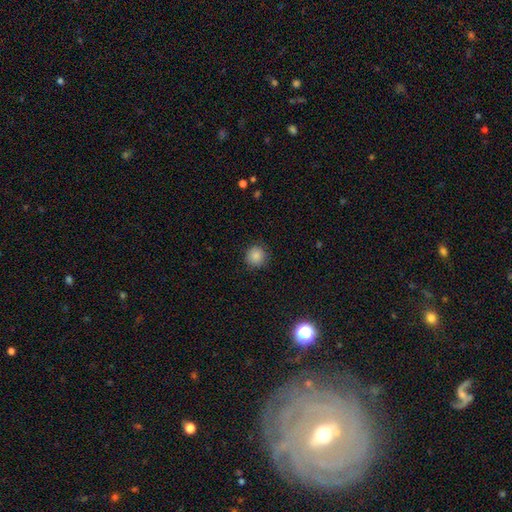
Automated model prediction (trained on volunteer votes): This is clearly a smooth galaxy (85%). How rounded: clearly round (93%). Merging: clearly none (88%).